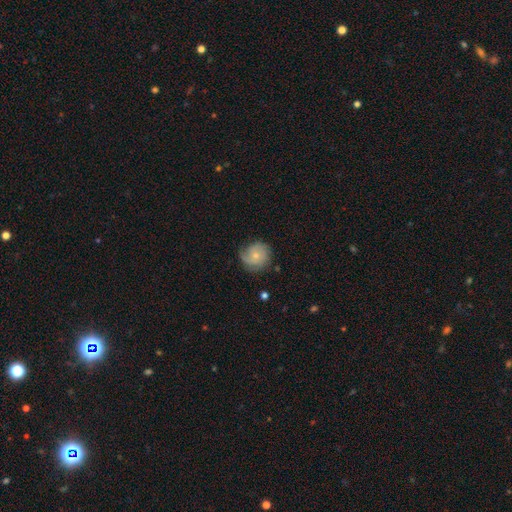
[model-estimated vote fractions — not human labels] Smooth or featured: smooth — 47% (featured or disk — 45%)
Merging: none — 66% (minor disturbance — 24%)